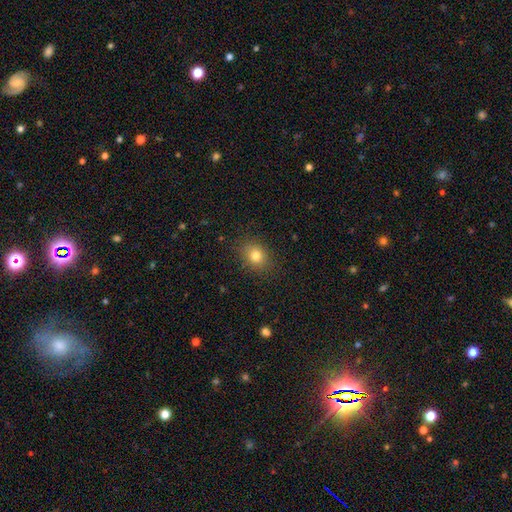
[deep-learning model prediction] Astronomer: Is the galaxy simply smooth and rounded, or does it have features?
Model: smooth — 79%.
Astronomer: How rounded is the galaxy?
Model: round — 51% (runner-up: in between, 48%).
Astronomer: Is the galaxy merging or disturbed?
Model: none — 87%.